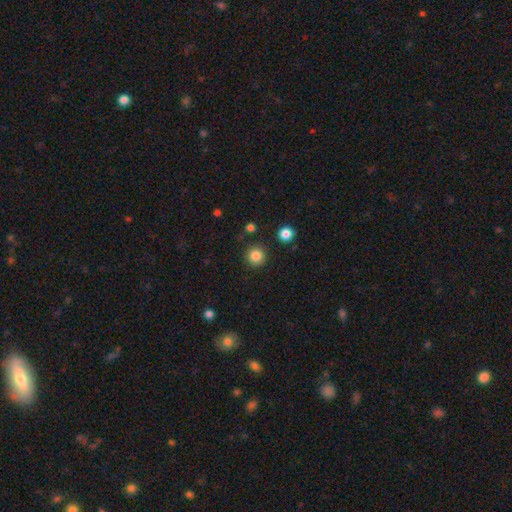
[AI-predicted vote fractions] smooth-or-featured: smooth: 85% | star or artifact: 11% | featured or disk: 4%
  how-rounded: round: 95% | in between: 4% | cigar-shaped: 1%
  merging: none: 89% | minor disturbance: 6% | merger: 3% | major disturbance: 2%